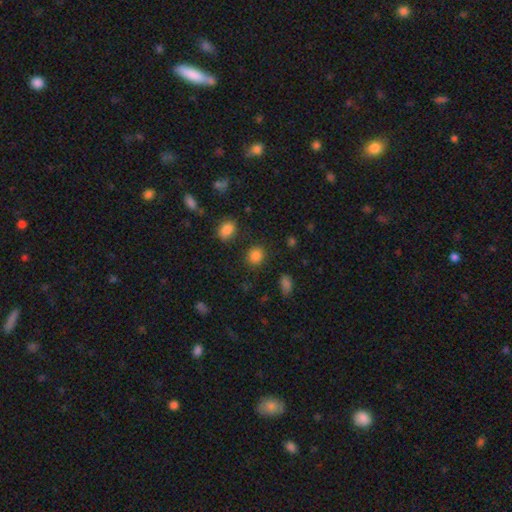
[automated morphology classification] Smooth or featured?
  - smooth: 85% *
  - star or artifact: 11%
  - featured or disk: 4%
How rounded?
  - round: 77% *
  - in between: 22%
  - cigar-shaped: 1%
Merging?
  - none: 87% *
  - minor disturbance: 8%
  - major disturbance: 3%
  - merger: 2%